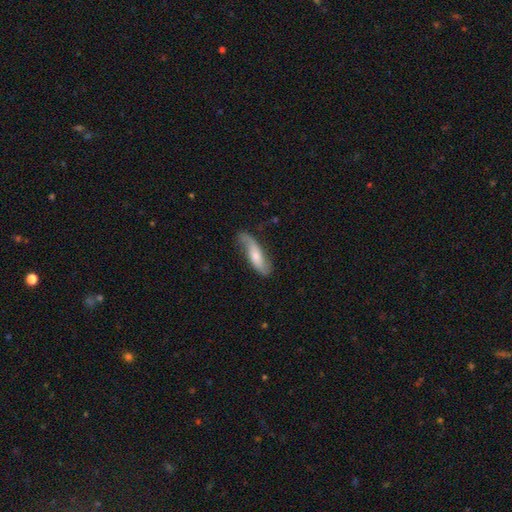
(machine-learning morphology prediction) This appears to be a featured or disk galaxy (48%). Merging: none (60%).